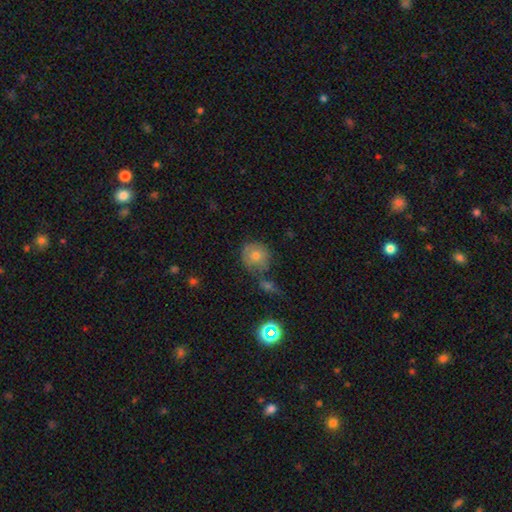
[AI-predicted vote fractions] smooth-or-featured: smooth: 66% | featured or disk: 20% | star or artifact: 14%
  how-rounded: round: 89% | in between: 10% | cigar-shaped: 1%
  merging: none: 60% | minor disturbance: 17% | merger: 17% | major disturbance: 6%